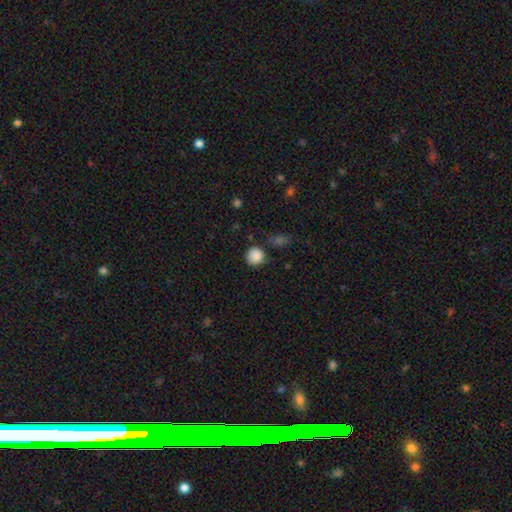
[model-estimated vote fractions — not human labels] Smooth or featured? smooth (87%)
How rounded? round (92%)
Merging? none (77%)